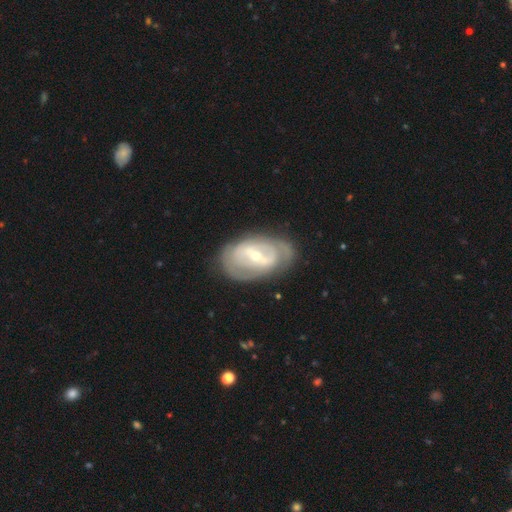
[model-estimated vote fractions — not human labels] A featured or disk galaxy (79%) with a strong bar (47%), 2 (53%) tight (55%) spiral arms (73%) and a small central bulge (57%). Merging: none (73%).